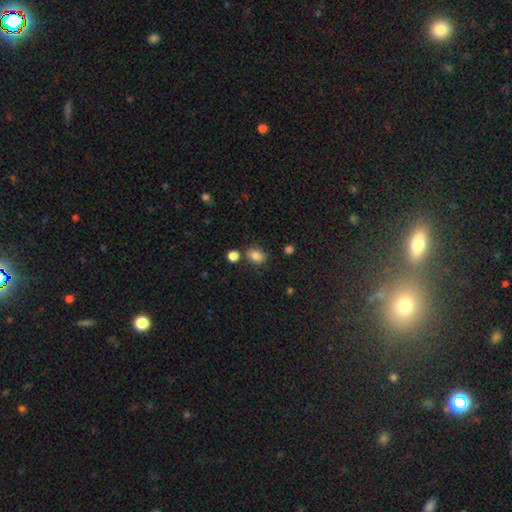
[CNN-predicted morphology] Smooth or featured: smooth — 84% (star or artifact — 10%)
How rounded: in between — 72% (round — 27%)
Merging: none — 73% (minor disturbance — 14%)